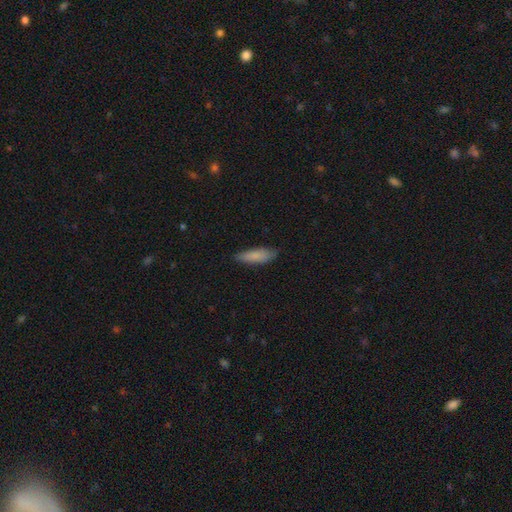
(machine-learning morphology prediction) smooth 84%, featured or disk 11%, star or artifact 6%. Down the decision tree: how rounded — cigar-shaped (59%); merging — none (83%).